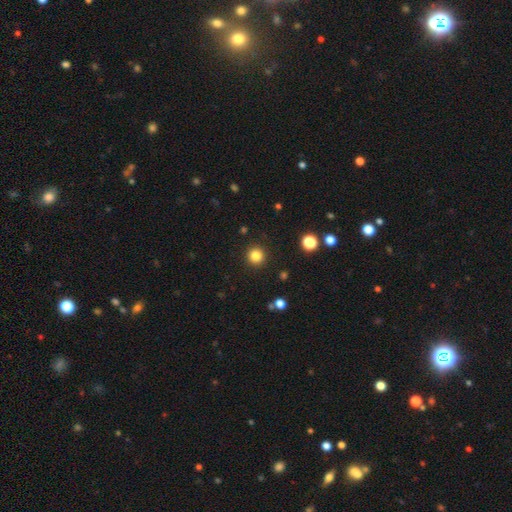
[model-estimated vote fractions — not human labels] smooth_or_featured: smooth (p=0.83) [alt: star or artifact p=0.12]
how_rounded: round (p=0.95) [alt: in between p=0.04]
merging: none (p=0.92) [alt: minor disturbance p=0.05]